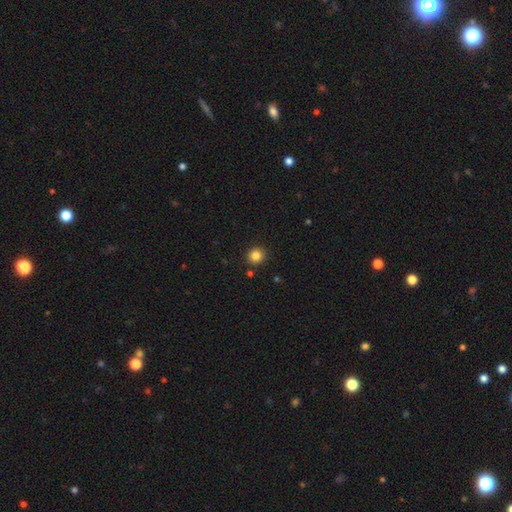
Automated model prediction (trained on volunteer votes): Smooth or featured? smooth (84%)
How rounded? round (92%)
Merging? none (90%)